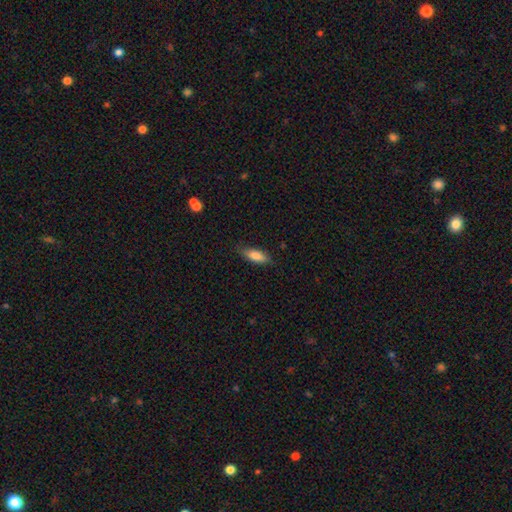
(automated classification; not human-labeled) smooth-or-featured: smooth: 81% | featured or disk: 12% | star or artifact: 7%
  how-rounded: in between: 69% | cigar-shaped: 29% | round: 2%
  merging: none: 80% | minor disturbance: 16% | major disturbance: 3% | merger: 1%